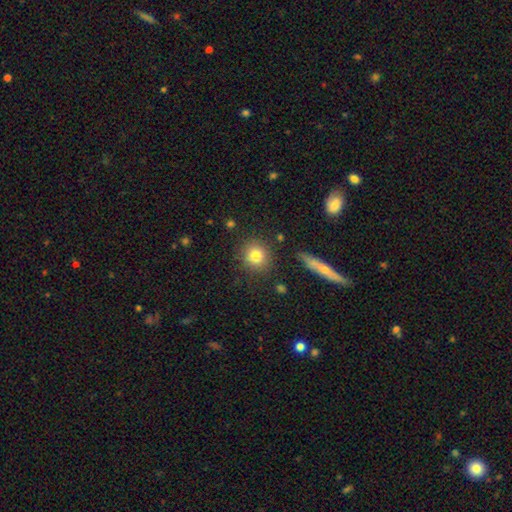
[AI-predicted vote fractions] Q: Smooth or featured?
A: smooth (80%); runner-up: star or artifact (11%)
Q: How rounded?
A: round (88%); runner-up: in between (11%)
Q: Merging?
A: none (86%); runner-up: minor disturbance (8%)